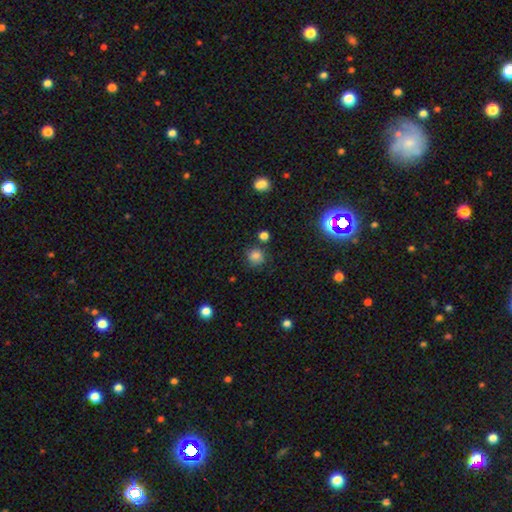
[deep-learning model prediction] Smooth or featured? smooth (80%)
How rounded? round (91%)
Merging? none (78%)